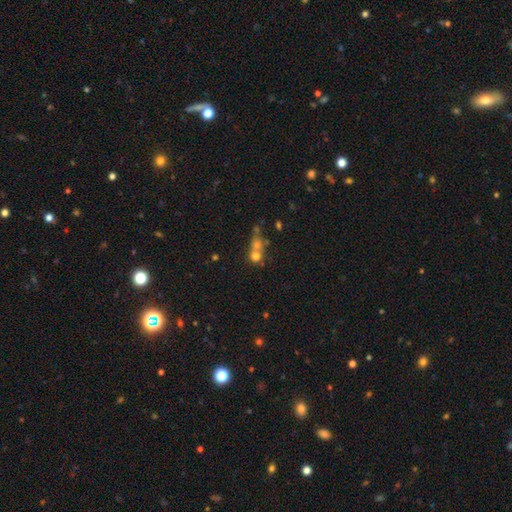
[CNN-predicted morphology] Smooth or featured? smooth (62%)
How rounded? round (78%)
Merging? merger (60%)